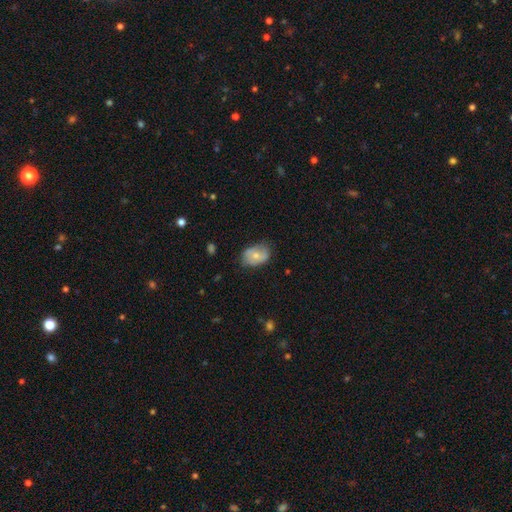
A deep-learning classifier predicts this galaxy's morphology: Overall: smooth (62%; featured or disk 31%). How rounded: in between (79%). Merging: none (62%; minor disturbance 30%).